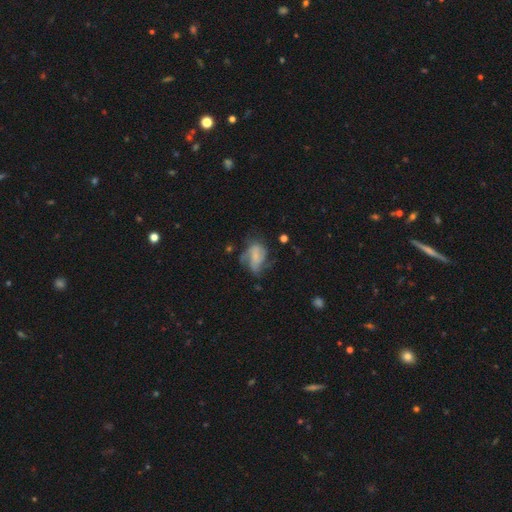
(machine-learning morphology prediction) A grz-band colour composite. It shows a featured or disk galaxy (60%) with no bar (58%), spiral arms (77%) and a small central bulge (44%). Merging: none (40%).